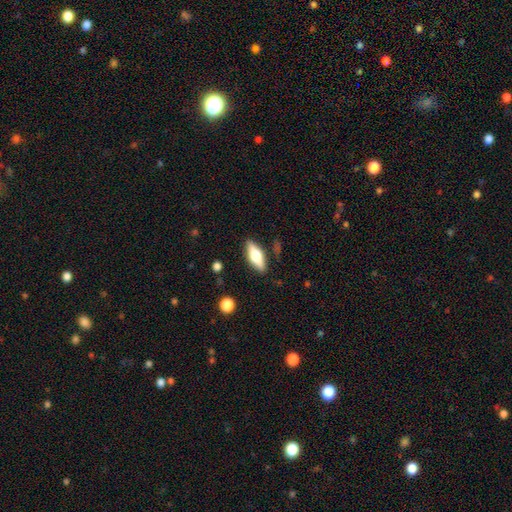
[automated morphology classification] Q: Smooth or featured?
A: smooth (51%); runner-up: featured or disk (43%)
Q: How rounded?
A: in between (63%); runner-up: cigar-shaped (34%)
Q: Merging?
A: none (86%); runner-up: minor disturbance (10%)